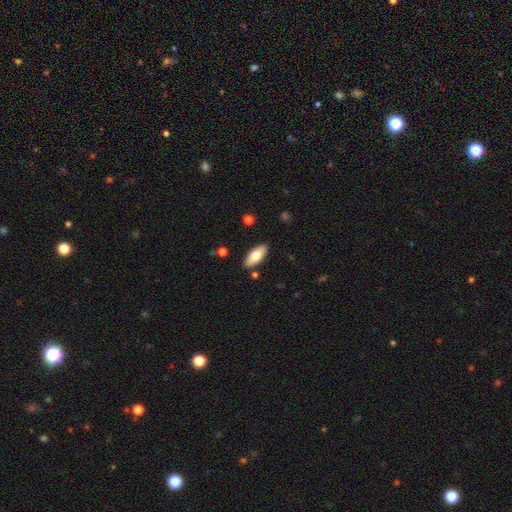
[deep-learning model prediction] This is likely a smooth galaxy (72%). How rounded: clearly in between (83%). Merging: clearly none (87%).